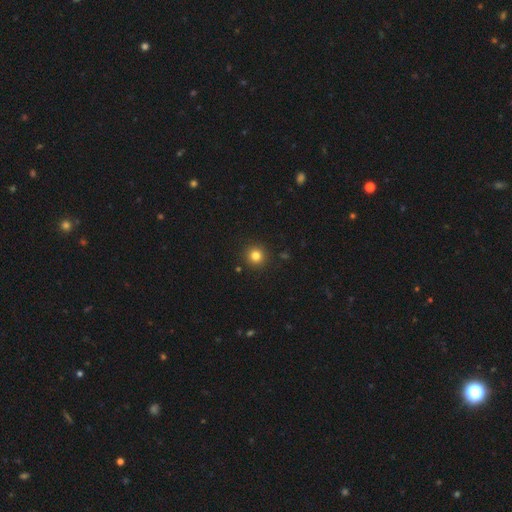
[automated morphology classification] A smooth galaxy with no disk features (81%) that is round (95%).

Vote fractions:
- Smooth or featured? smooth: 81% / star or artifact: 13% / featured or disk: 6%
- How rounded? round: 95% / in between: 4% / cigar-shaped: 1%
- Merging? none: 91% / minor disturbance: 5% / major disturbance: 2% / merger: 2%